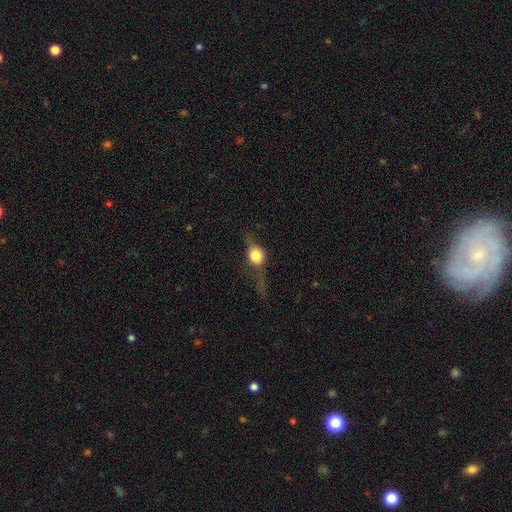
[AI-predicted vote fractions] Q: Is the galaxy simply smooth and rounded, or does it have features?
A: smooth — 52%.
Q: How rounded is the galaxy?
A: round — 71%.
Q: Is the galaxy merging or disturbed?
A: none — 48%.